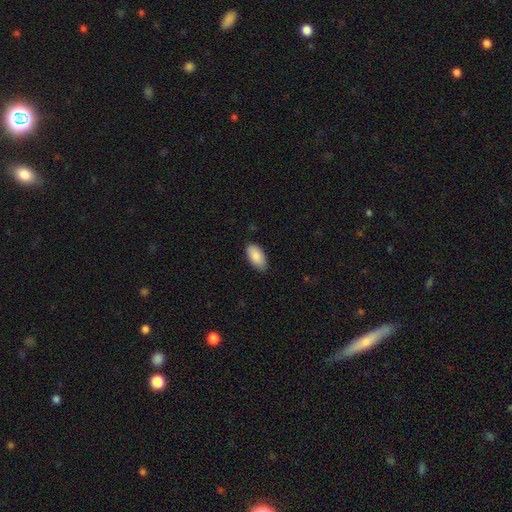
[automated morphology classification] Overall: smooth (89%). How rounded: in between (94%). Merging: none (83%).